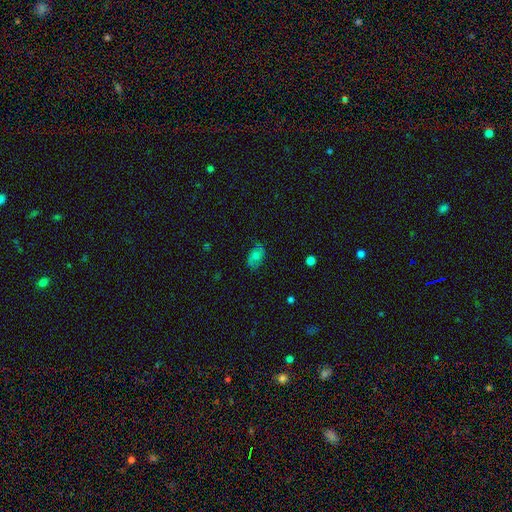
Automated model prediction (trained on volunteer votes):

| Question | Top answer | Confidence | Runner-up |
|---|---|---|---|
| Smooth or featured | smooth | 50% | featured or disk (36%) |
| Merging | none | 75% | minor disturbance (18%) |